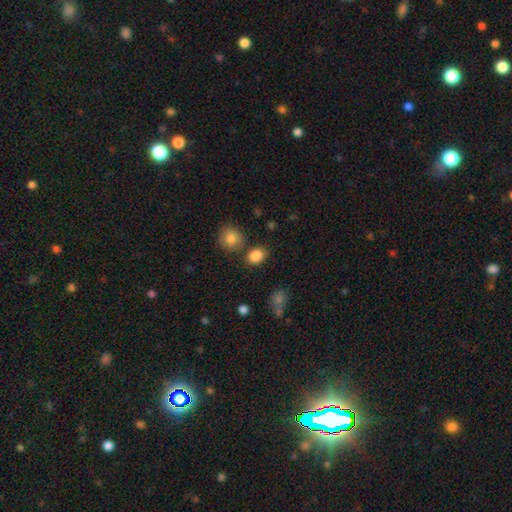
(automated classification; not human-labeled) Q: Smooth or featured?
A: smooth (86%); runner-up: star or artifact (10%)
Q: How rounded?
A: in between (54%); runner-up: round (45%)
Q: Merging?
A: none (77%); runner-up: minor disturbance (11%)